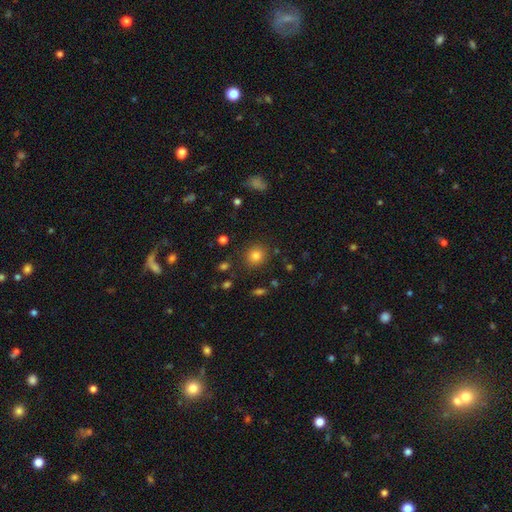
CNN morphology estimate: This appears to be a smooth galaxy with no disk features (81%) that is round (85%). Merging: none (87%).